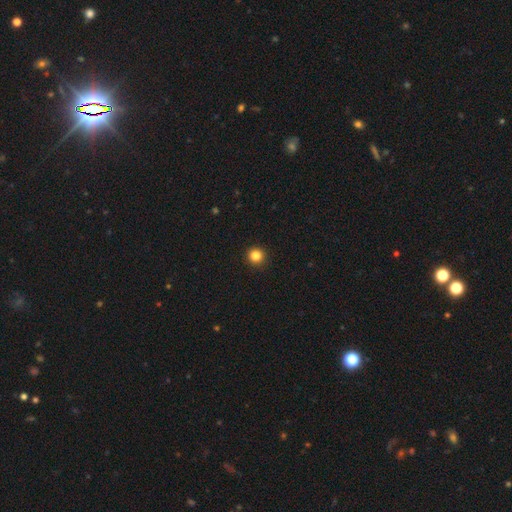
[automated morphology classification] smooth_or_featured: smooth (p=0.84) [alt: star or artifact p=0.12]
how_rounded: round (p=0.95) [alt: in between p=0.04]
merging: none (p=0.93) [alt: minor disturbance p=0.04]